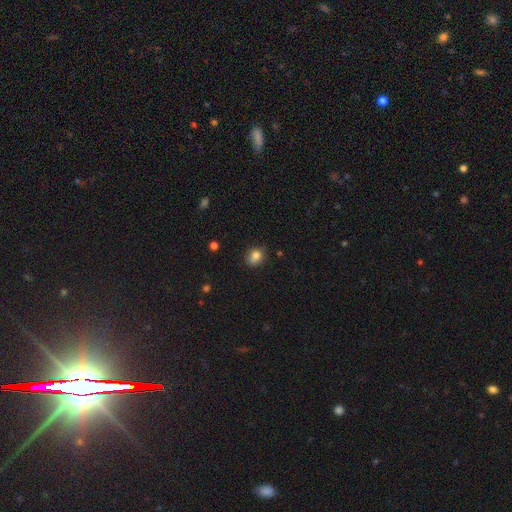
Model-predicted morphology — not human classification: Smooth or featured: smooth — 82% (star or artifact — 11%)
How rounded: round — 55% (in between — 44%)
Merging: none — 72% (minor disturbance — 22%)